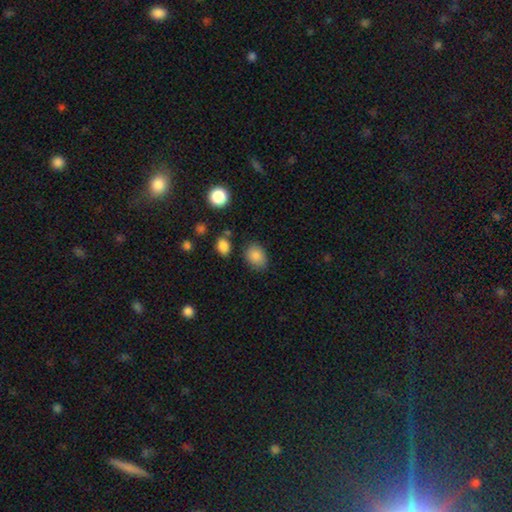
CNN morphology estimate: The model was most divided on "how rounded": in between: 63%, round: 37%, cigar-shaped: 1%. More confident: smooth or featured — smooth (86%); merging — none (78%).